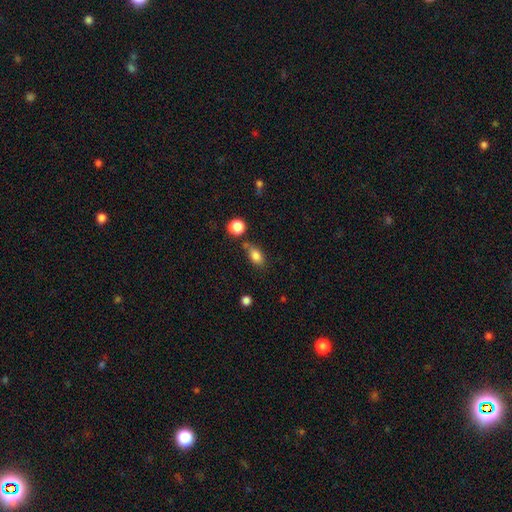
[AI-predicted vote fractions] Overall: smooth (83%). How rounded: in between (83%). Merging: none (64%).